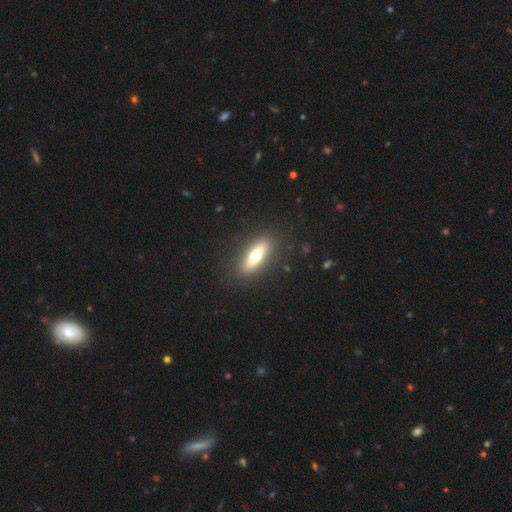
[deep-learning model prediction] Q: Smooth or featured?
A: smooth (57%); runner-up: featured or disk (37%)
Q: How rounded?
A: in between (51%); runner-up: cigar-shaped (46%)
Q: Merging?
A: none (88%); runner-up: minor disturbance (8%)